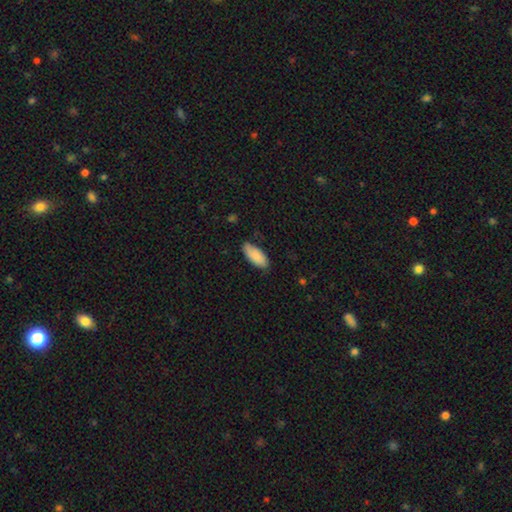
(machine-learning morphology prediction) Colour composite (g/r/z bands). It shows a smooth galaxy with no disk features (87%) that is in between round and cigar-shaped (86%). Merging: none (80%).